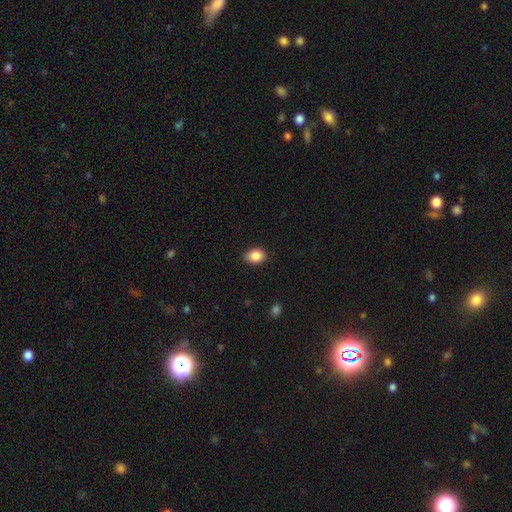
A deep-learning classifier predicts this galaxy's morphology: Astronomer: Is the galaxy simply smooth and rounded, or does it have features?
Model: smooth — 88%.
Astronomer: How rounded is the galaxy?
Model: in between — 65%.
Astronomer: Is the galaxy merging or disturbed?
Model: none — 81%.